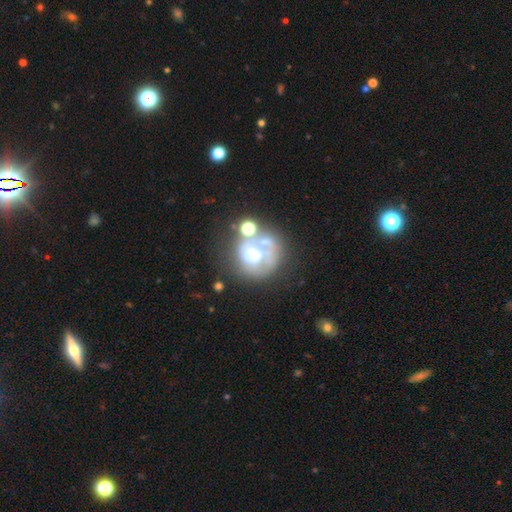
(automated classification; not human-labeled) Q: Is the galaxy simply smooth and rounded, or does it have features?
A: featured or disk — 59%.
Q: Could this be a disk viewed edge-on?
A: no — 98%.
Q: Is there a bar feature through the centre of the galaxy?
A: no — 74%.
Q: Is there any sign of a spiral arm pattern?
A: no — 64%.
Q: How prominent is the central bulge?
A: moderate — 45%.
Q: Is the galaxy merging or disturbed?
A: none — 39%.